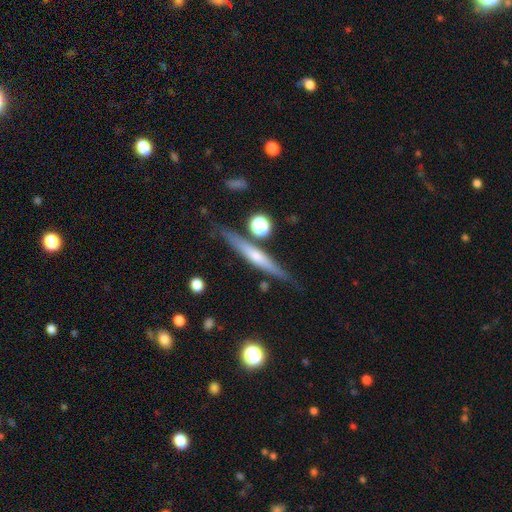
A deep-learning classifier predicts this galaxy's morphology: Overall: featured or disk (60%; smooth 33%). Edge-on disk: yes (96%). Edge-on bulge: rounded (58%; none 33%). Merging: none (82%).